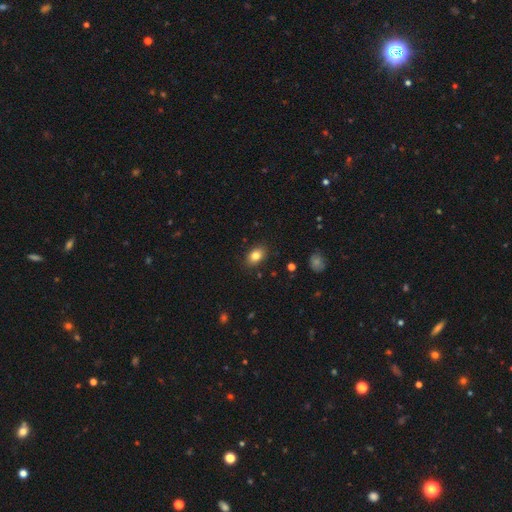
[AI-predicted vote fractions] smooth_or_featured: smooth (p=0.83) [alt: star or artifact p=0.09]
how_rounded: in between (p=0.78) [alt: round p=0.21]
merging: none (p=0.87) [alt: minor disturbance p=0.10]